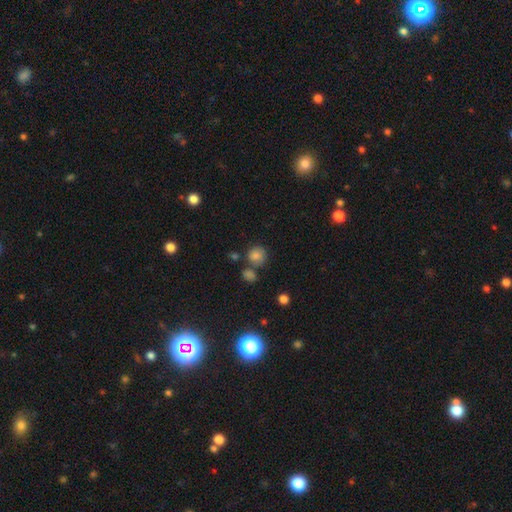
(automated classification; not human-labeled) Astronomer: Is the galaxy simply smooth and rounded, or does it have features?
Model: smooth — 78%.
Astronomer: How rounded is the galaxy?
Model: round — 84%.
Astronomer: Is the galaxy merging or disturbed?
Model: none — 62%.